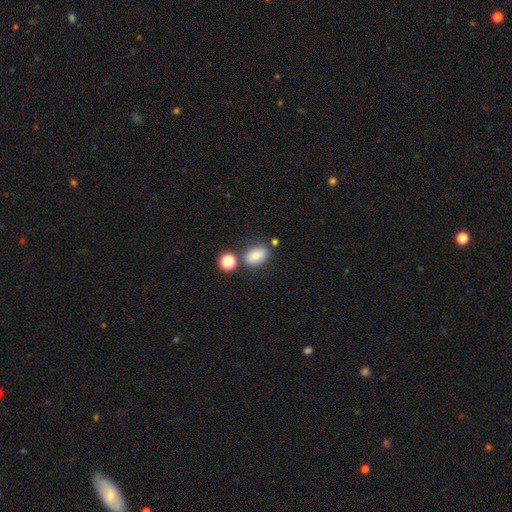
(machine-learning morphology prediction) The model was most divided on "merging": none: 69%, minor disturbance: 14%, merger: 12%, major disturbance: 4%. More confident: smooth or featured — smooth (80%); how rounded — in between (80%).